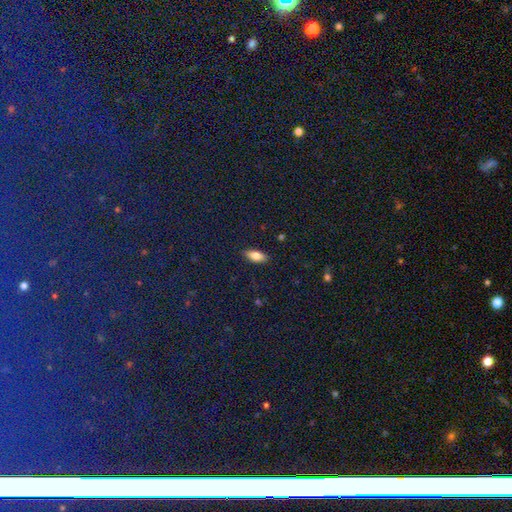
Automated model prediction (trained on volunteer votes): The model was most divided on "smooth or featured": smooth: 78%, featured or disk: 14%, star or artifact: 8%. More confident: merging — none (89%); how rounded — in between (84%).